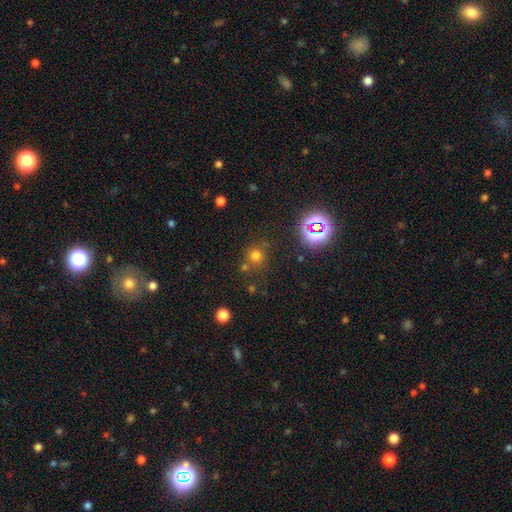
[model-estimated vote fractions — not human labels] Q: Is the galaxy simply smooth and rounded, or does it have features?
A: smooth — 67%.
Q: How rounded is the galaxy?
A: round — 91%.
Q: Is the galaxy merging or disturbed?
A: none — 70%.